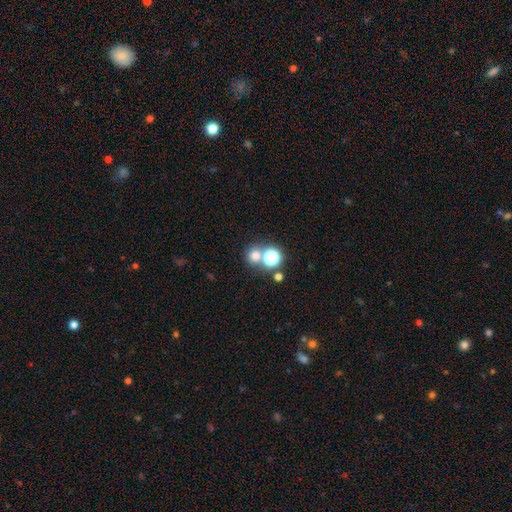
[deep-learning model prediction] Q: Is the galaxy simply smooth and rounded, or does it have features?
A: smooth — 70%.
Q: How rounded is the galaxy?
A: round — 87%.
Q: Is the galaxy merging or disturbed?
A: none — 60%.